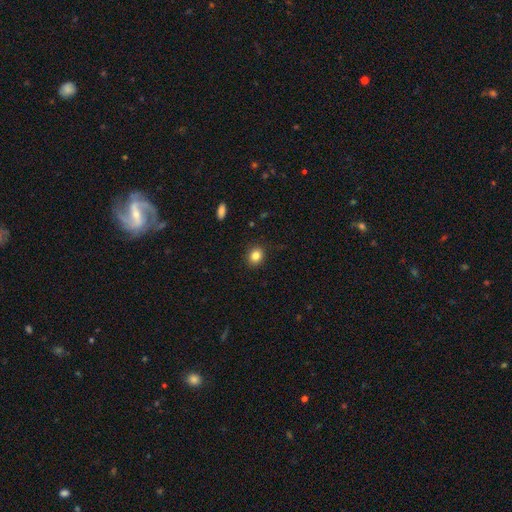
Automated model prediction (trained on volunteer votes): Morphology: type=smooth (84%); roundness=round (65%); merging=none (89%).